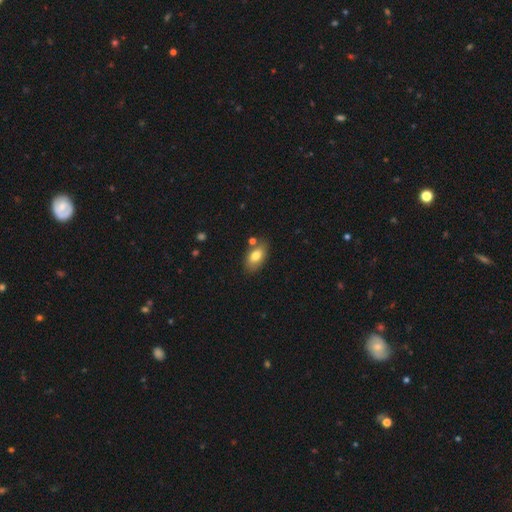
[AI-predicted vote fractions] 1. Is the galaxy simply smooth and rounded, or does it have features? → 79% smooth, 14% featured or disk, 7% star or artifact.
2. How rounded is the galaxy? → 91% in between, 5% round, 3% cigar-shaped.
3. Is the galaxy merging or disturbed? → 75% none, 14% minor disturbance, 8% merger, 3% major disturbance.